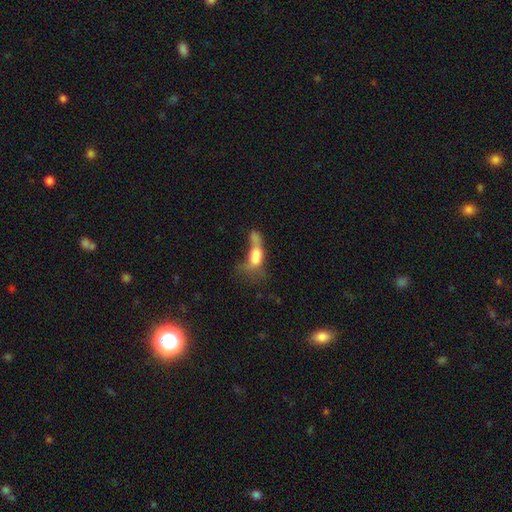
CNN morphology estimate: A smooth galaxy with no disk features (58%) that is in between round and cigar-shaped (68%). Merging: major disturbance (39%).